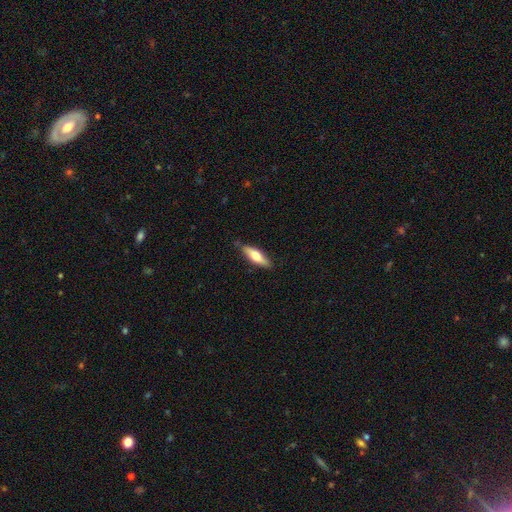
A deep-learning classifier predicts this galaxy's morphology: smooth_or_featured: smooth (p=0.53) [alt: featured or disk p=0.41]
how_rounded: cigar-shaped (p=0.58) [alt: in between p=0.40]
merging: none (p=0.83) [alt: minor disturbance p=0.13]